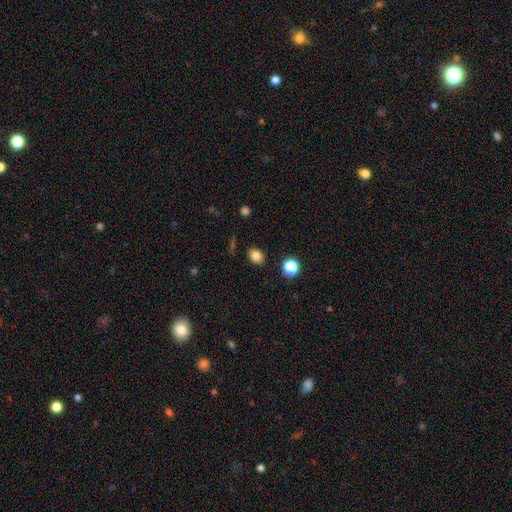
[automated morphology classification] A smooth galaxy with no disk features (82%) that is in between round and cigar-shaped (56%). Merging: none (87%).